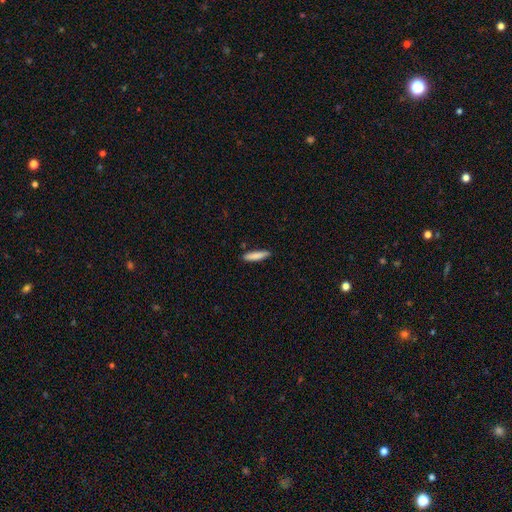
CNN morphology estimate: This appears to be a smooth galaxy with no disk features (85%) that is cigar-shaped (83%). Merging: none (86%).